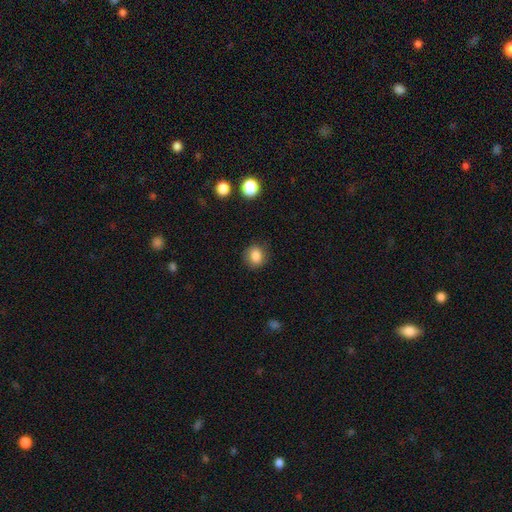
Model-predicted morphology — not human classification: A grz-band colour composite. It shows a smooth galaxy with no disk features (84%) that is round (66%). Merging: none (81%).